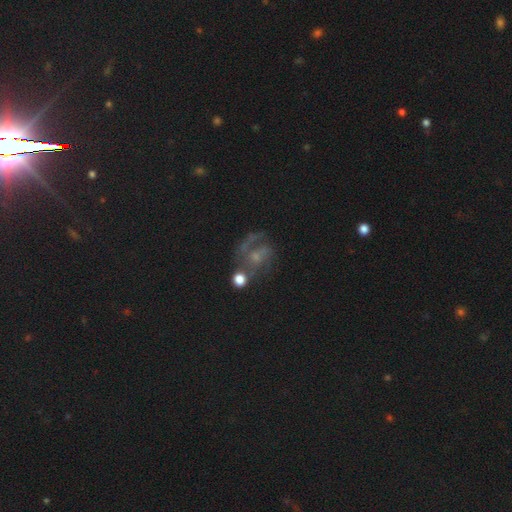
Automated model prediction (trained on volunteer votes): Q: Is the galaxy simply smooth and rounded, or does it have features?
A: featured or disk — 65%.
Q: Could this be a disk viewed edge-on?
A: no — 98%.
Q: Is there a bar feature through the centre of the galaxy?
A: no — 63%.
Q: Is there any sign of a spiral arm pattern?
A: yes — 78%.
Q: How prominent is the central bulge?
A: small — 52%.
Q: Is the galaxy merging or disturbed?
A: none — 44%.